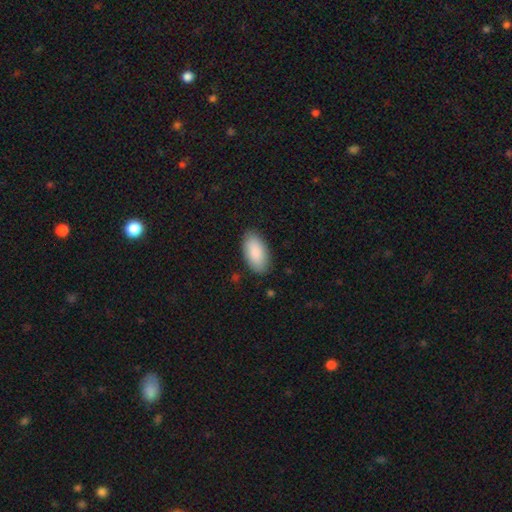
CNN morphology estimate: The model was most divided on "merging": none: 86%, minor disturbance: 11%, major disturbance: 2%, merger: 1%. More confident: how rounded — in between (94%); smooth or featured — smooth (88%).